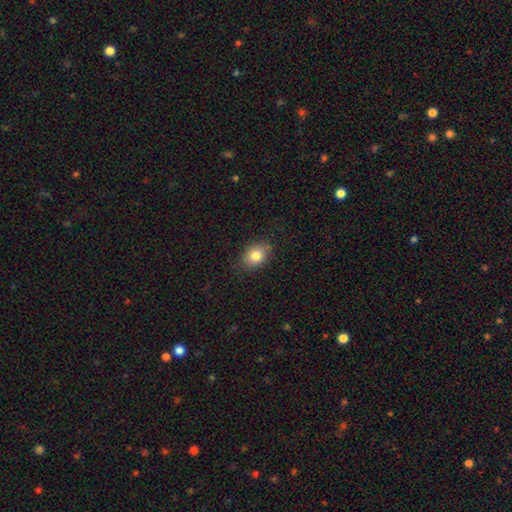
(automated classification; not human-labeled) This appears to be a smooth galaxy with no disk features (82%) that is in between round and cigar-shaped (57%). Merging: none (81%).